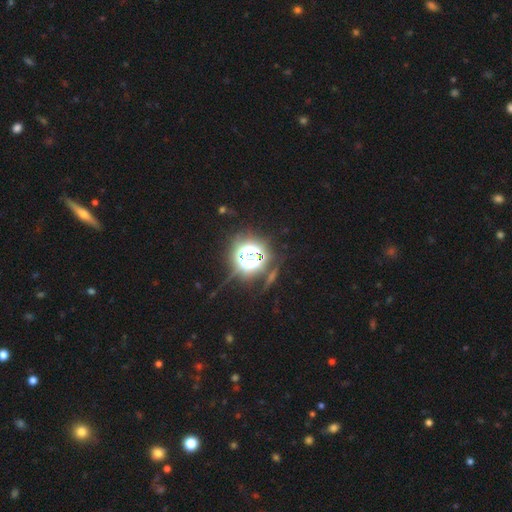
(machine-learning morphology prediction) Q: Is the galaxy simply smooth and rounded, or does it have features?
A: star or artifact — 80%.